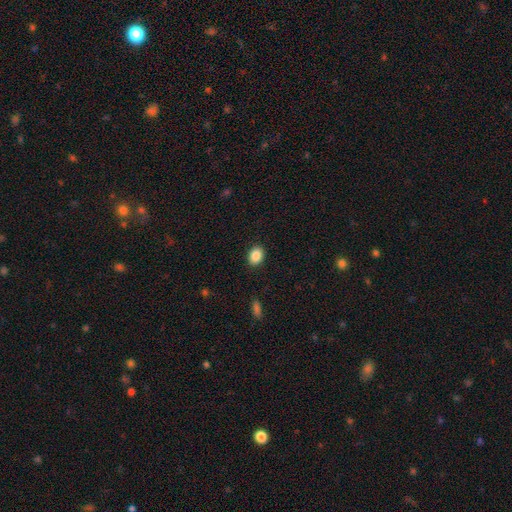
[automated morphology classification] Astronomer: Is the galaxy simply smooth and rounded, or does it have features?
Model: smooth — 88%.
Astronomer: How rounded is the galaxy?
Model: in between — 62% (runner-up: round, 37%).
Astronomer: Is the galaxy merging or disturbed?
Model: none — 90%.